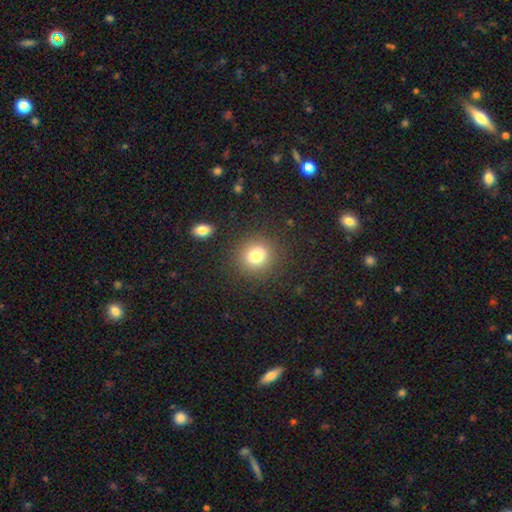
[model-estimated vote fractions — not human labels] A smooth galaxy with no disk features (78%) that is round (86%). Merging: none (87%).